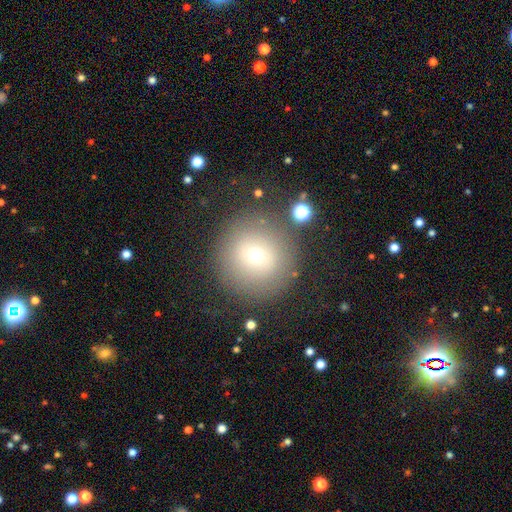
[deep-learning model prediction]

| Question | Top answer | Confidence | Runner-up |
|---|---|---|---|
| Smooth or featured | smooth | 68% | featured or disk (17%) |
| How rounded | round | 96% | in between (3%) |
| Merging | none | 82% | minor disturbance (9%) |